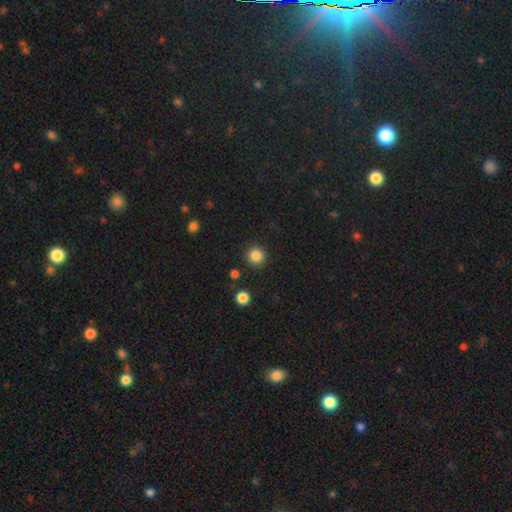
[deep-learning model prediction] The model was most divided on "smooth or featured": smooth: 85%, star or artifact: 11%, featured or disk: 4%. More confident: how rounded — round (94%); merging — none (90%).